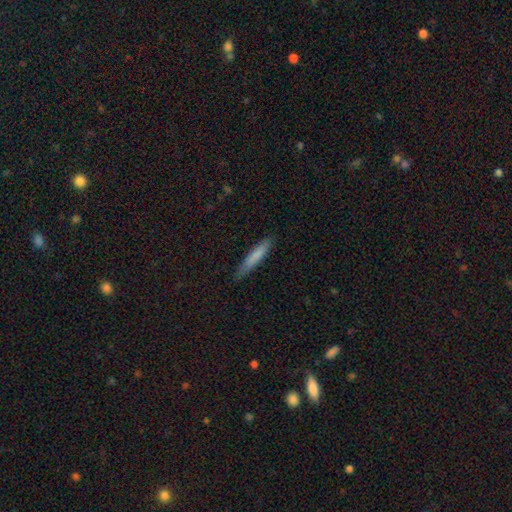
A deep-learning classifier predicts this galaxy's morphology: Smooth or featured? smooth (75%)
How rounded? cigar-shaped (92%)
Merging? none (83%)